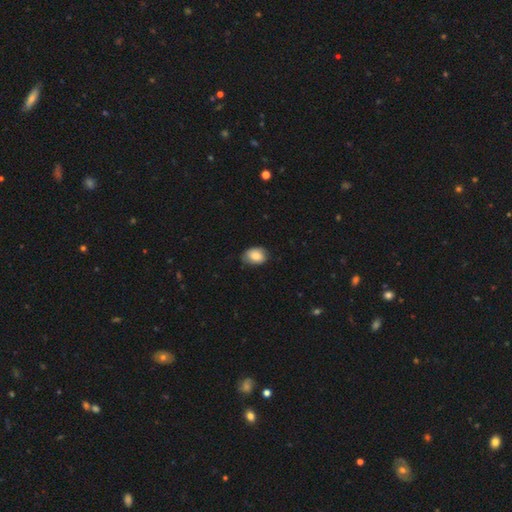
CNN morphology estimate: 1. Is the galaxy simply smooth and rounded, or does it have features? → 83% smooth, 10% featured or disk, 7% star or artifact.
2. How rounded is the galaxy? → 72% in between, 27% round, 1% cigar-shaped.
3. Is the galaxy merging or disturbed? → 68% none, 26% minor disturbance, 4% major disturbance, 1% merger.